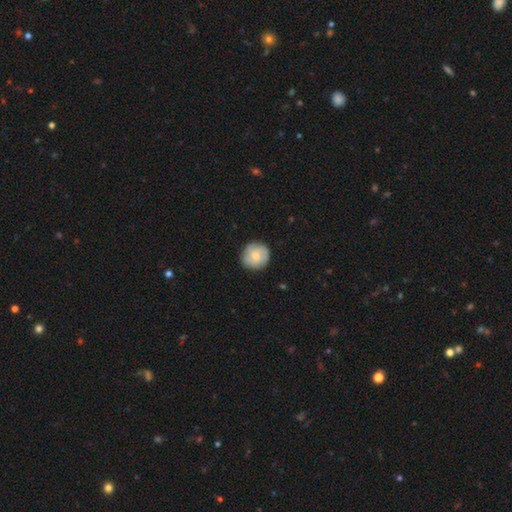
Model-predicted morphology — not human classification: This is likely a smooth galaxy (64%). How rounded: clearly round (93%). Merging: clearly none (86%).